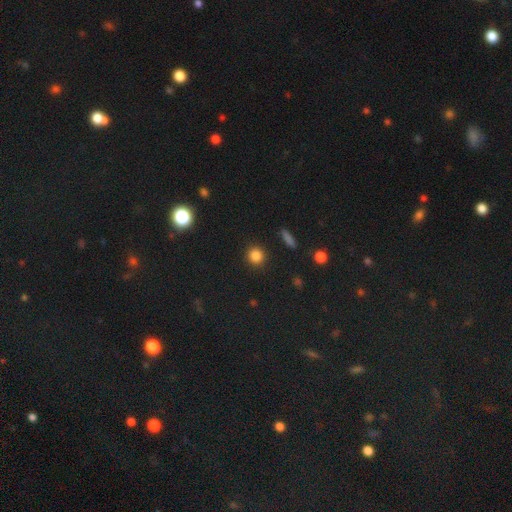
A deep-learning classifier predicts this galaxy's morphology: smooth-or-featured: smooth: 83% | star or artifact: 12% | featured or disk: 4%
  how-rounded: round: 91% | in between: 8% | cigar-shaped: 1%
  merging: none: 91% | minor disturbance: 6% | major disturbance: 2% | merger: 1%